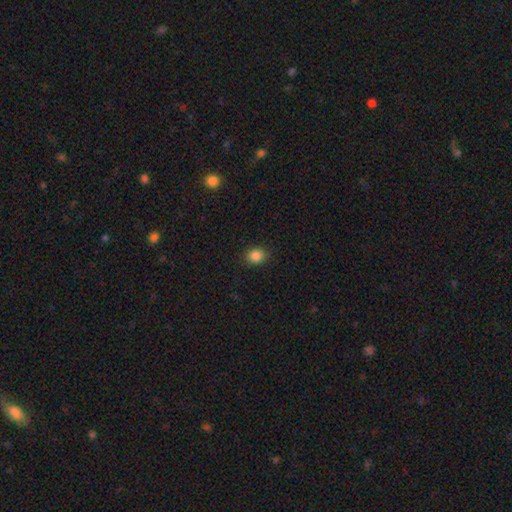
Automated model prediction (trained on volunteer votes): A smooth galaxy with no disk features (85%) that is round (71%).

Vote fractions:
- Smooth or featured? smooth: 85% / star or artifact: 11% / featured or disk: 4%
- How rounded? round: 71% / in between: 28% / cigar-shaped: 1%
- Merging? none: 88% / minor disturbance: 8% / major disturbance: 2% / merger: 1%